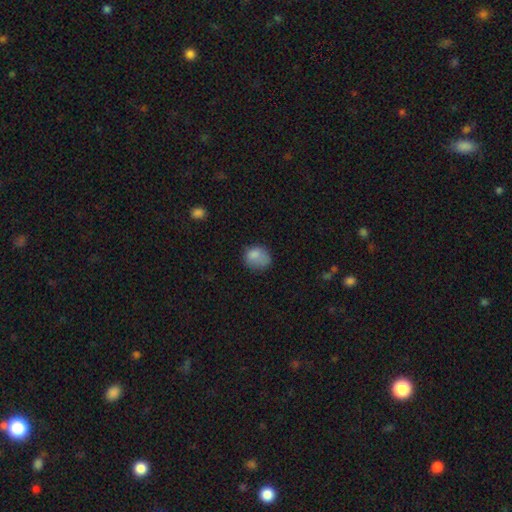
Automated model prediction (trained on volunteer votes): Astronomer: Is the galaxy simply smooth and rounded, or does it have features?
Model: smooth — 79%.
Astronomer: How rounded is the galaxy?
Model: round — 56% (runner-up: in between, 43%).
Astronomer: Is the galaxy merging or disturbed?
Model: none — 49% (runner-up: minor disturbance, 31%).